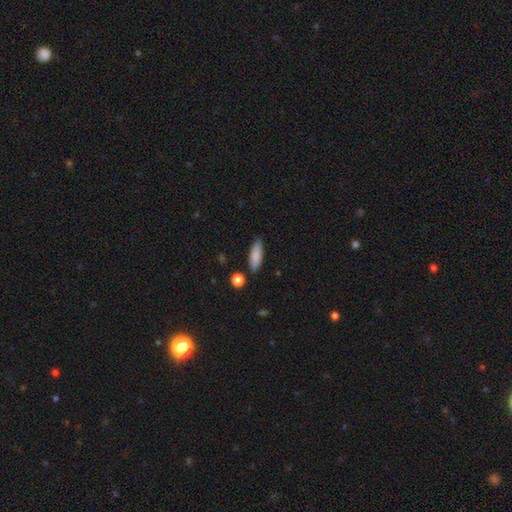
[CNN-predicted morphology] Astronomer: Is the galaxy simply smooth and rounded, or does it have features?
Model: smooth — 85%.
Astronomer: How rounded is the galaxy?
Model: in between — 51% (runner-up: cigar-shaped, 47%).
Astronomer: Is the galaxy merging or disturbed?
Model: none — 84%.